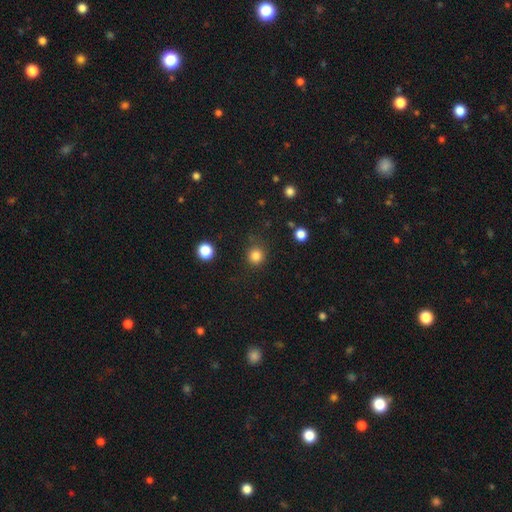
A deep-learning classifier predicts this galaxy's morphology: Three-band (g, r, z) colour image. It shows a smooth galaxy with no disk features (83%) that is round (93%). Merging: none (86%).